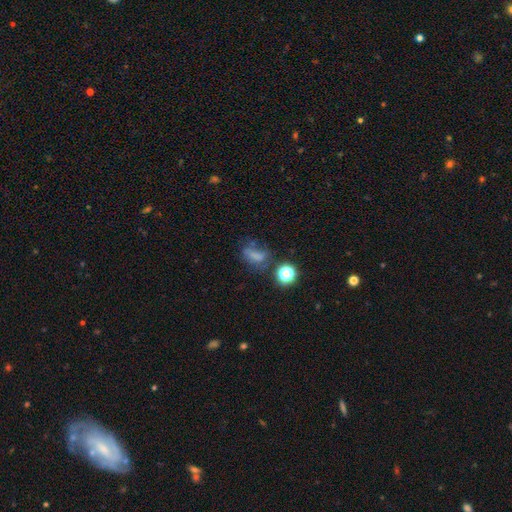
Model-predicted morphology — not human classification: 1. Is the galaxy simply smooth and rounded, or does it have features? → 59% smooth, 23% star or artifact, 18% featured or disk.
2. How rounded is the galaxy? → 64% in between, 26% round, 11% cigar-shaped.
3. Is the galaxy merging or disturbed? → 40% none, 25% minor disturbance, 23% major disturbance, 12% merger.